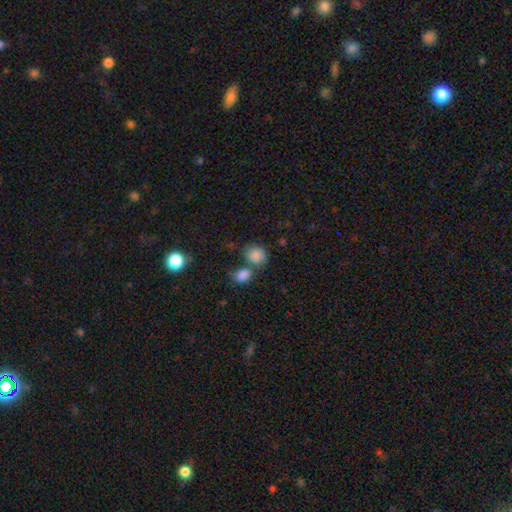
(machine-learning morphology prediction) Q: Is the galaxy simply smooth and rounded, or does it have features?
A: smooth — 85%.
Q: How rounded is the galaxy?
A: round — 57%.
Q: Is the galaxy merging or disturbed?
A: none — 47%.